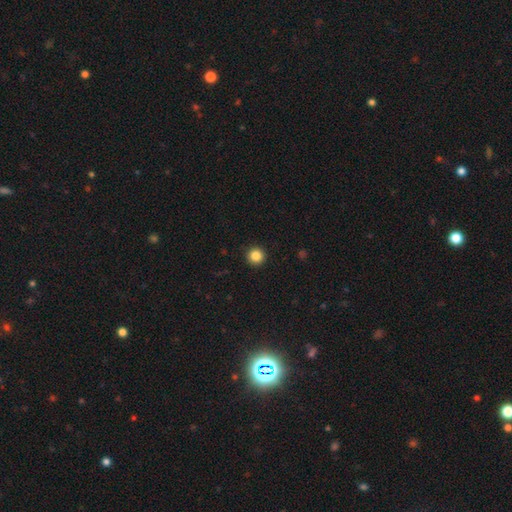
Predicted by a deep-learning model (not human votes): Smooth or featured?
  - smooth: 86% *
  - star or artifact: 11%
  - featured or disk: 4%
How rounded?
  - round: 96% *
  - in between: 3%
  - cigar-shaped: 1%
Merging?
  - none: 94% *
  - minor disturbance: 4%
  - major disturbance: 1%
  - merger: 1%